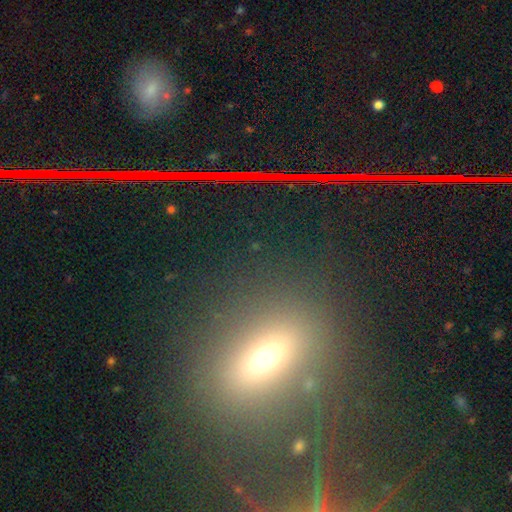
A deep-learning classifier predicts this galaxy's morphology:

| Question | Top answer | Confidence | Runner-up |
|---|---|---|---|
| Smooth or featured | star or artifact | 44% | smooth (41%) |